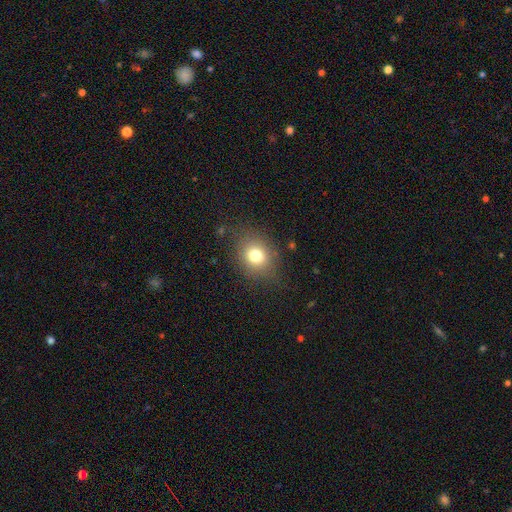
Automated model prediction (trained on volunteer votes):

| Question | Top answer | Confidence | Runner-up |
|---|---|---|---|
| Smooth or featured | smooth | 76% | star or artifact (13%) |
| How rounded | round | 59% | in between (40%) |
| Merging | none | 79% | minor disturbance (14%) |